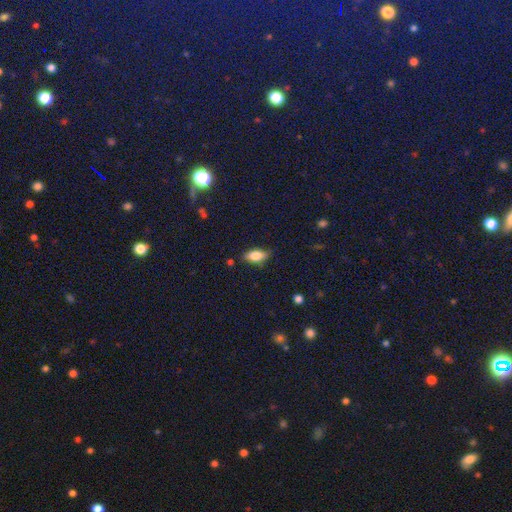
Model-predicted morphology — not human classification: smooth-or-featured: smooth: 76% | featured or disk: 15% | star or artifact: 8%
  how-rounded: in between: 85% | cigar-shaped: 11% | round: 4%
  merging: none: 80% | minor disturbance: 15% | major disturbance: 3% | merger: 2%